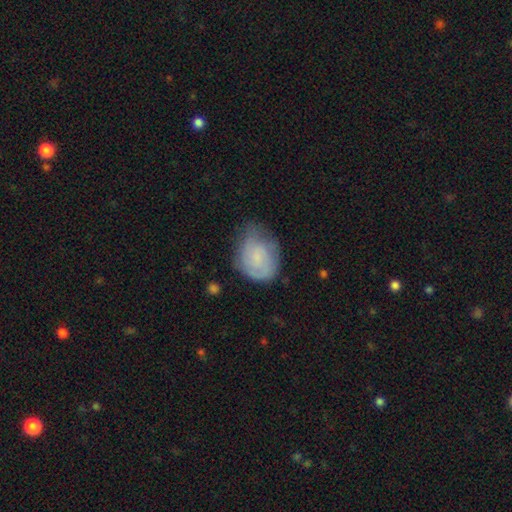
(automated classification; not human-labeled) smooth_or_featured: smooth (p=0.58) [alt: featured or disk p=0.35]
how_rounded: in between (p=0.56) [alt: round p=0.43]
merging: none (p=0.45) [alt: minor disturbance p=0.37]